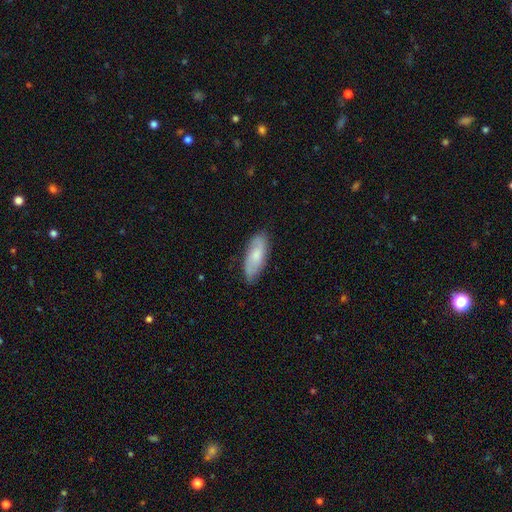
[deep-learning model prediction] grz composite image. It shows a smooth galaxy with no disk features (54%) that is in between round and cigar-shaped (75%). Merging: none (77%).